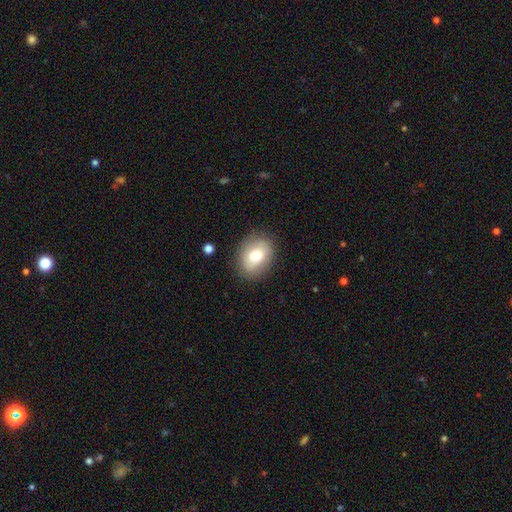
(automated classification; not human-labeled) smooth_or_featured: smooth (p=0.71) [alt: featured or disk p=0.20]
how_rounded: in between (p=0.60) [alt: round p=0.39]
merging: none (p=0.83) [alt: minor disturbance p=0.12]